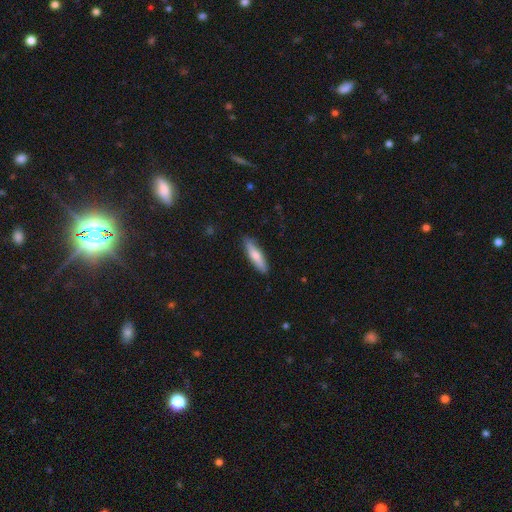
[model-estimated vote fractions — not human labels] Smooth or featured? smooth (70%)
How rounded? cigar-shaped (74%)
Merging? none (87%)